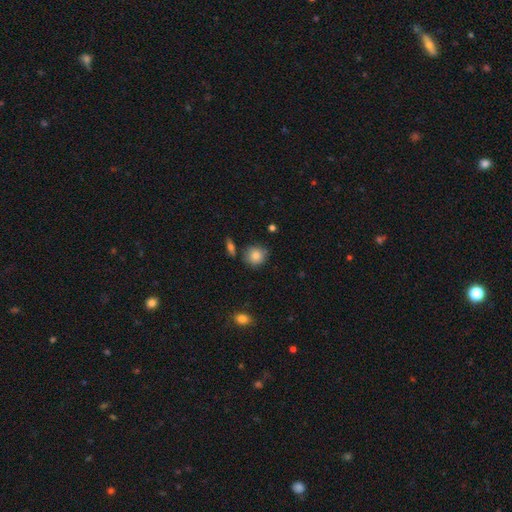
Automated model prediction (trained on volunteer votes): Smooth or featured: smooth — 84% (star or artifact — 8%)
How rounded: round — 87% (in between — 12%)
Merging: none — 77% (minor disturbance — 15%)